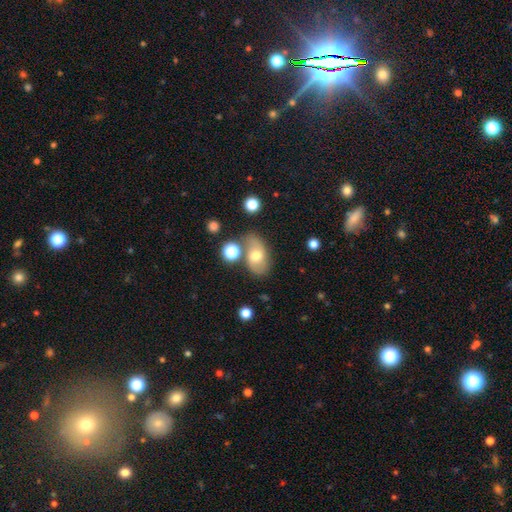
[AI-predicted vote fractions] Smooth or featured? Predicted: smooth (p=0.55). How rounded? Predicted: in between (p=0.84). Merging? Predicted: none (p=0.67).